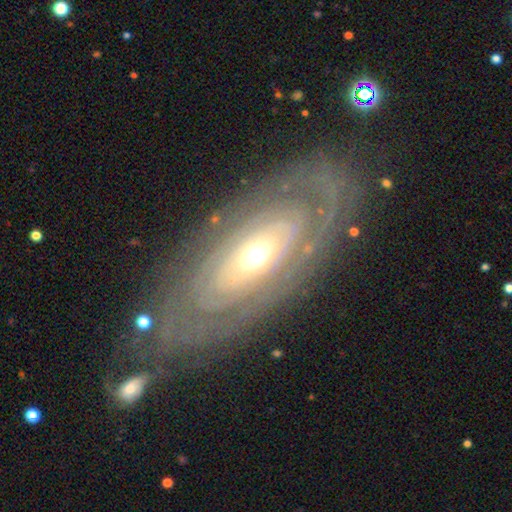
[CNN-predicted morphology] featured or disk 80%, smooth 14%, star or artifact 5%. Down the decision tree: edge-on disk — no (90%); bar — no (82%); spiral arms — yes (63%); bulge size — moderate (52%); merging — none (77%).